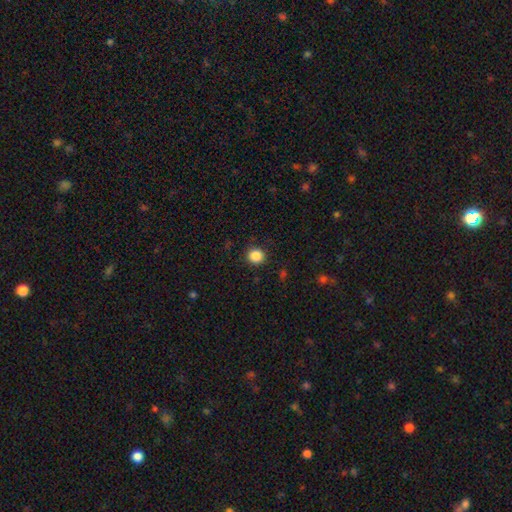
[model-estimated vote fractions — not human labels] smooth_or_featured: smooth (p=0.86) [alt: star or artifact p=0.10]
how_rounded: round (p=0.91) [alt: in between p=0.08]
merging: none (p=0.90) [alt: minor disturbance p=0.06]